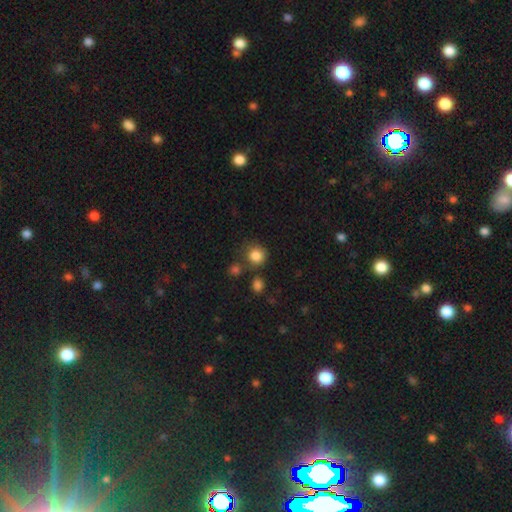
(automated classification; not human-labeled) smooth 84%, star or artifact 11%, featured or disk 5%. Down the decision tree: how rounded — round (88%); merging — none (70%).